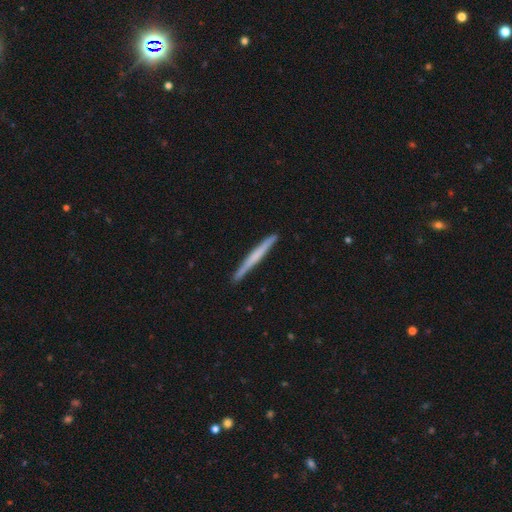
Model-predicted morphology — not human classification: Overall: smooth (49%; featured or disk 46%). Merging: none (91%).